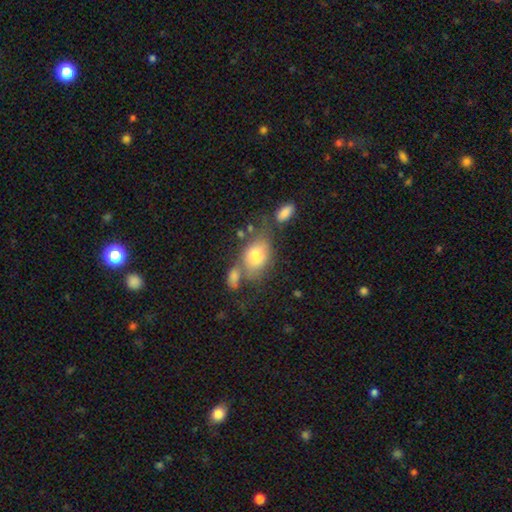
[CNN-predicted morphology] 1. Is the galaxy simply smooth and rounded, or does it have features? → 75% smooth, 17% featured or disk, 8% star or artifact.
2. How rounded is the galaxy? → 78% in between, 21% round, 2% cigar-shaped.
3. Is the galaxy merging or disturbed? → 42% none, 26% merger, 20% minor disturbance, 11% major disturbance.